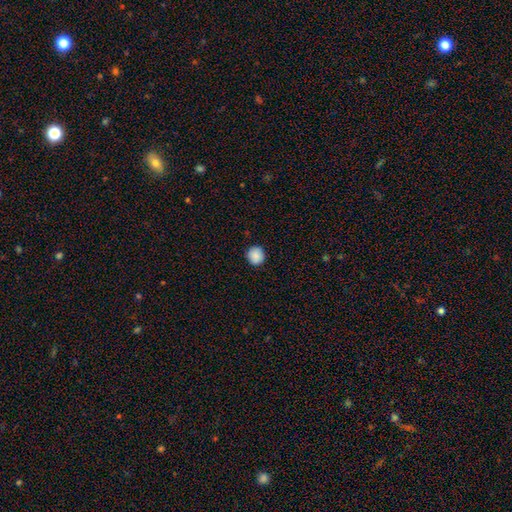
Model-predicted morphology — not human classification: smooth_or_featured: smooth (p=0.89) [alt: star or artifact p=0.08]
how_rounded: round (p=0.89) [alt: in between p=0.10]
merging: none (p=0.89) [alt: minor disturbance p=0.08]